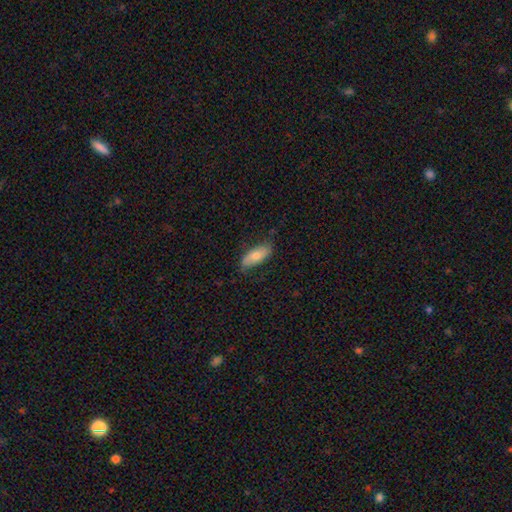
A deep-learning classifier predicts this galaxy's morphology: type=smooth (70%); roundness=in between (78%); merging=none (72%).